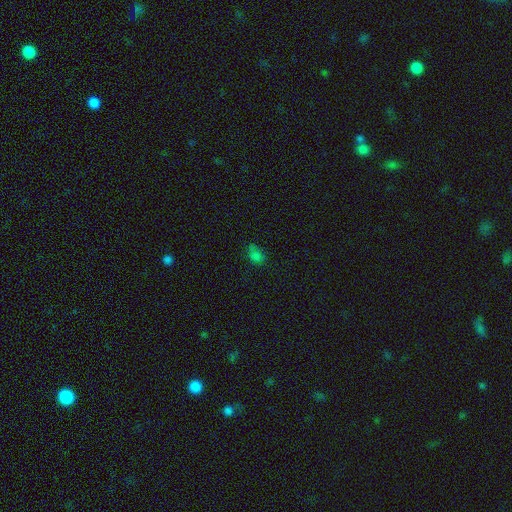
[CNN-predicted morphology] The model was most divided on "how rounded": in between: 57%, round: 40%, cigar-shaped: 2%. More confident: smooth or featured — smooth (70%); merging — none (53%).